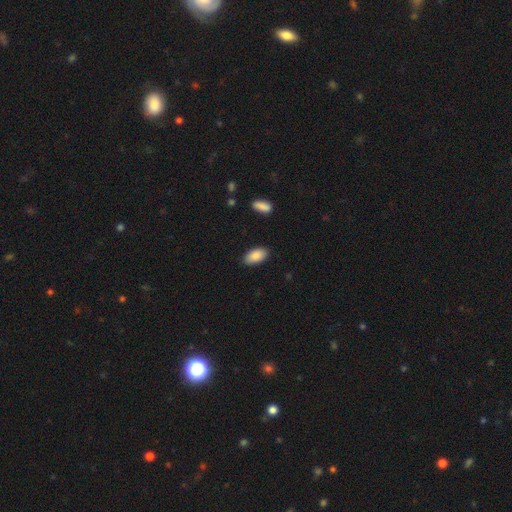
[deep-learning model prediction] Overall: smooth (88%). How rounded: in between (95%). Merging: none (86%).